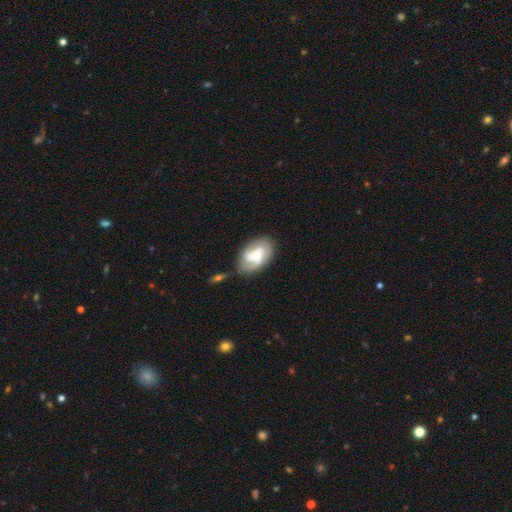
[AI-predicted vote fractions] This is likely a featured or disk galaxy (67%). It is clearly not viewed edge-on (97%). Bar: possibly no (46%). Spiral arm pattern: clearly yes (91%). Spiral arm count: possibly 2 (59%). Spiral winding: possibly medium (45%). Central bulge: marginally moderate (43%). Merging: likely none (68%).